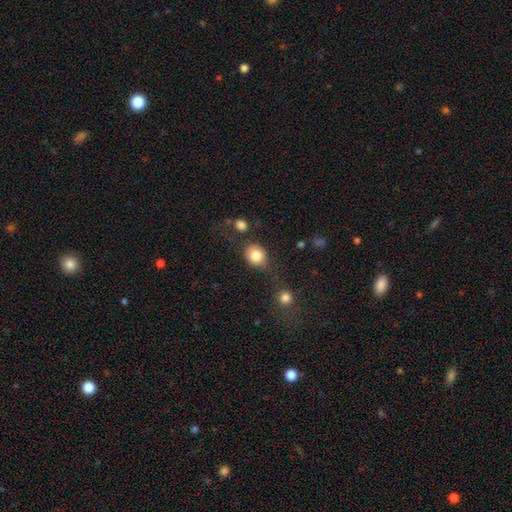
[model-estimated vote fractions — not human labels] A smooth galaxy with no disk features (82%) that is round (67%). Merging: none (62%).